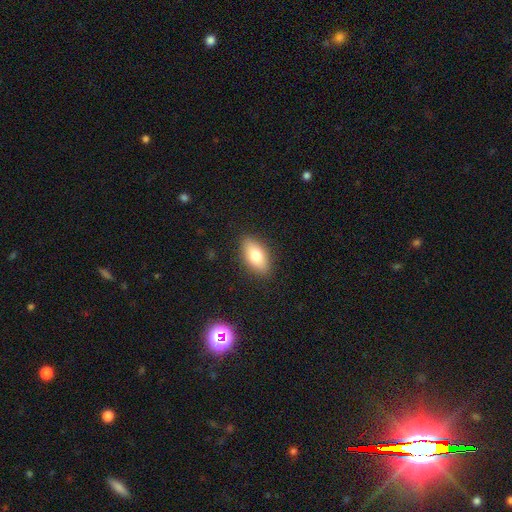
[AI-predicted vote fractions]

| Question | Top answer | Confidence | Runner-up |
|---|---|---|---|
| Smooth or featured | smooth | 76% | featured or disk (16%) |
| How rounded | in between | 89% | cigar-shaped (7%) |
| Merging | none | 87% | minor disturbance (10%) |